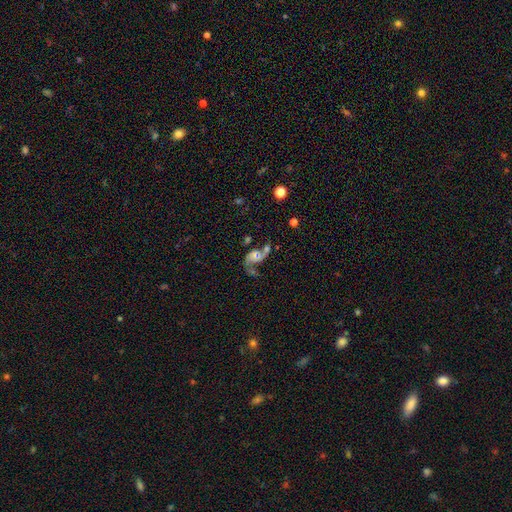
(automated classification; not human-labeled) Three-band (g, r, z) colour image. It shows a featured or disk galaxy (78%) with no bar (69%), 2 (81%) loose (69%) spiral arms (91%) and a moderate central bulge (43%). Merging: none (36%).